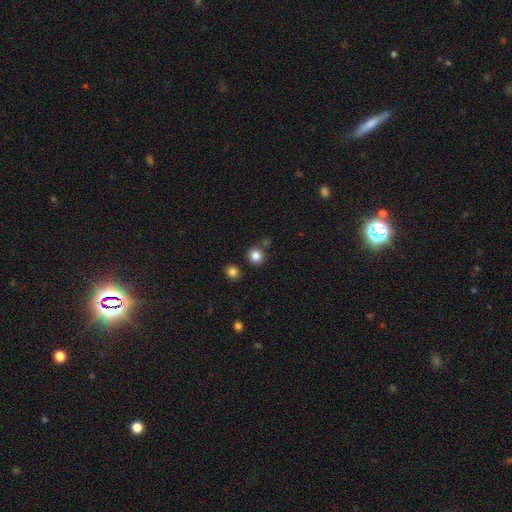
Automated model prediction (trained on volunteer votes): Overall: smooth (84%). How rounded: round (88%). Merging: none (80%).